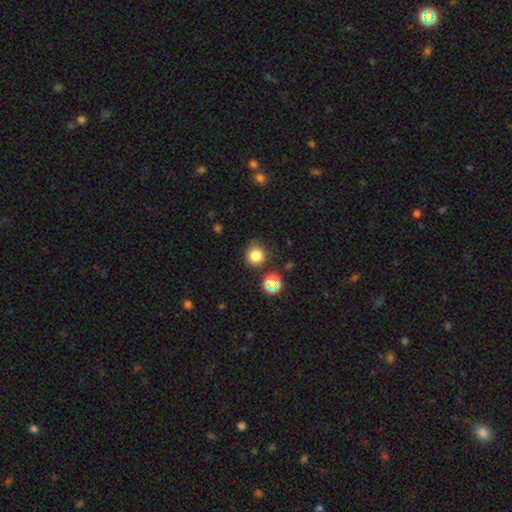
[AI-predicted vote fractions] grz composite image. It shows a smooth galaxy with no disk features (79%) that is round (90%). Merging: none (81%).